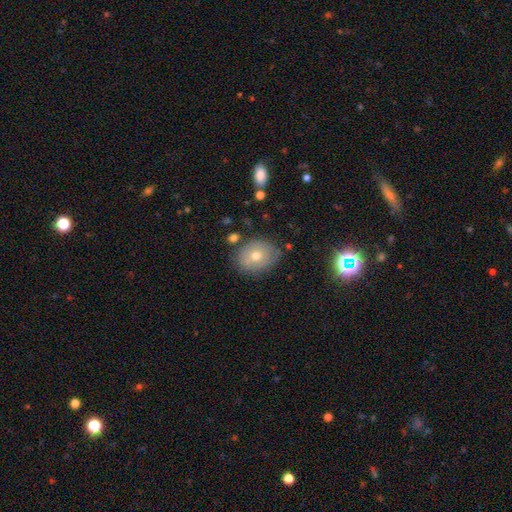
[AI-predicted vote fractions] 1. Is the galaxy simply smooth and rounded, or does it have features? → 61% smooth, 29% featured or disk, 9% star or artifact.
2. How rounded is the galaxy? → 51% in between, 49% round, 1% cigar-shaped.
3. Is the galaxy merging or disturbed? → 72% none, 20% minor disturbance, 5% major disturbance, 4% merger.